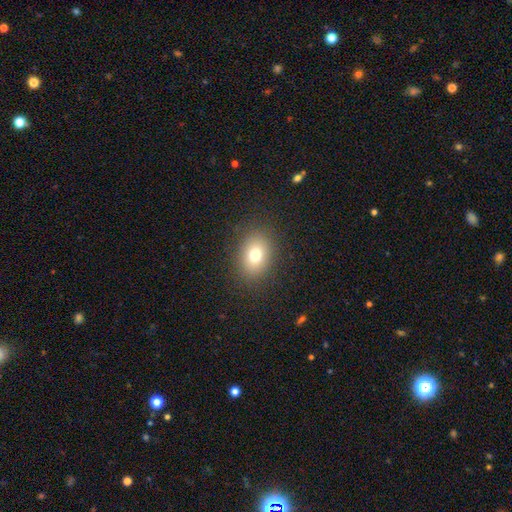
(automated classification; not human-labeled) This appears to be a smooth galaxy with no disk features (76%) that is in between round and cigar-shaped (61%). Merging: none (89%).